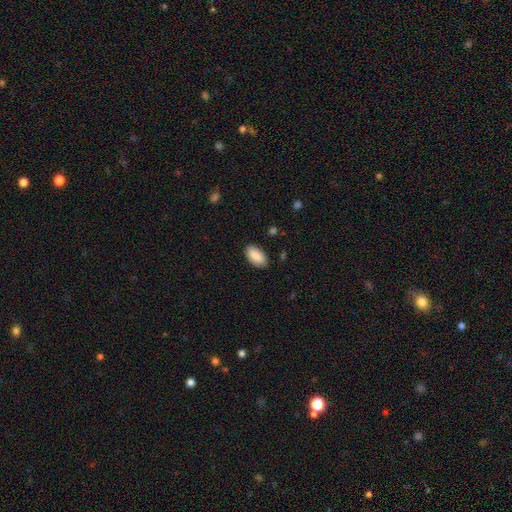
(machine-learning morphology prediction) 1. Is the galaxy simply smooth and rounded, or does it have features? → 88% smooth, 6% star or artifact, 6% featured or disk.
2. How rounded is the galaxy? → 95% in between, 3% cigar-shaped, 2% round.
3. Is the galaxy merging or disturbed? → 85% none, 11% minor disturbance, 2% major disturbance, 1% merger.